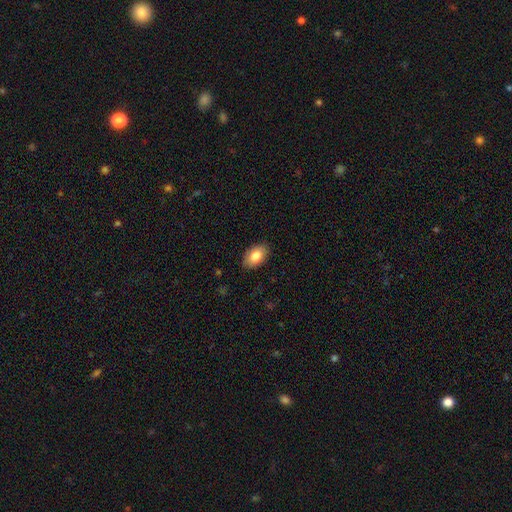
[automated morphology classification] smooth-or-featured: smooth: 84% | featured or disk: 9% | star or artifact: 7%
  how-rounded: in between: 91% | round: 8% | cigar-shaped: 1%
  merging: none: 88% | minor disturbance: 9% | major disturbance: 2% | merger: 1%